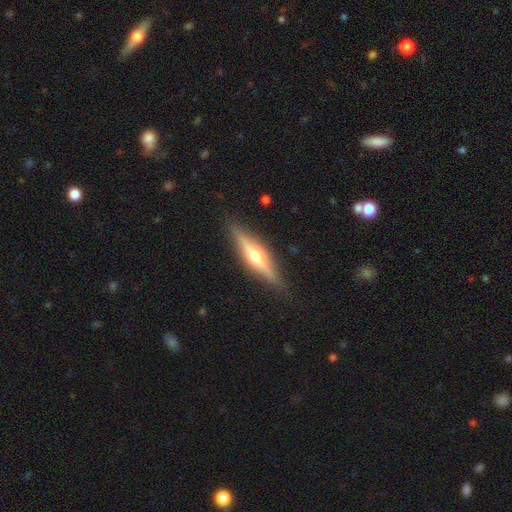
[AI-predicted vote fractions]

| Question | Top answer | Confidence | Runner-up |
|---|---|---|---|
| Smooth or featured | featured or disk | 70% | smooth (24%) |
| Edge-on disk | yes | 96% | no (4%) |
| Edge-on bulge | rounded | 91% | boxy (5%) |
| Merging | none | 89% | minor disturbance (8%) |